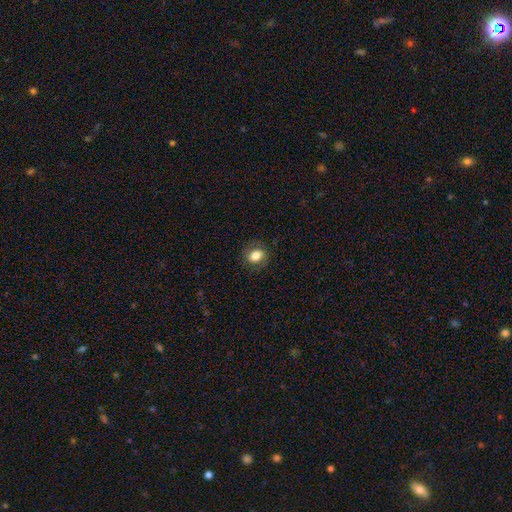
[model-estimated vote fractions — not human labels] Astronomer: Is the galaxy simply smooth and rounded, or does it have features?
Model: smooth — 77%.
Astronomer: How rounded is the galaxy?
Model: round — 50% (runner-up: in between, 49%).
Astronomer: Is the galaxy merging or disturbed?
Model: none — 82%.